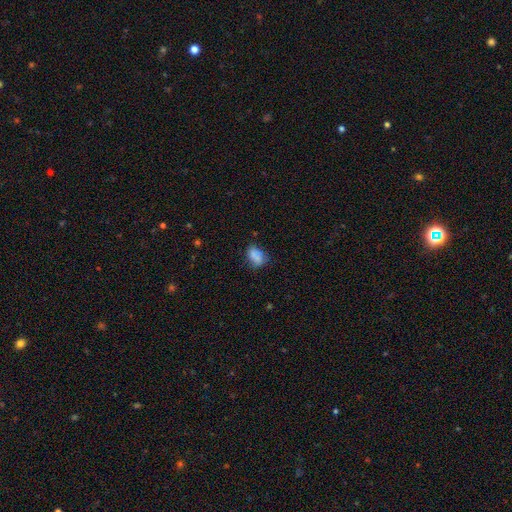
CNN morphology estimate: smooth_or_featured: smooth (p=0.80) [alt: featured or disk p=0.11]
how_rounded: in between (p=0.83) [alt: round p=0.15]
merging: none (p=0.57) [alt: minor disturbance p=0.30]